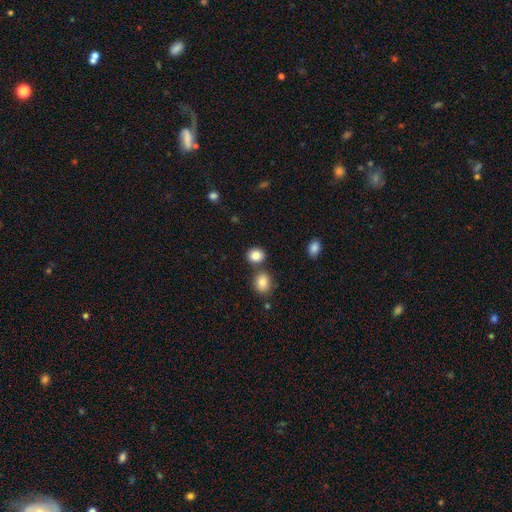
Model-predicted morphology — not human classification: Q: Smooth or featured?
A: smooth (84%); runner-up: star or artifact (10%)
Q: How rounded?
A: round (72%); runner-up: in between (27%)
Q: Merging?
A: none (71%); runner-up: merger (18%)